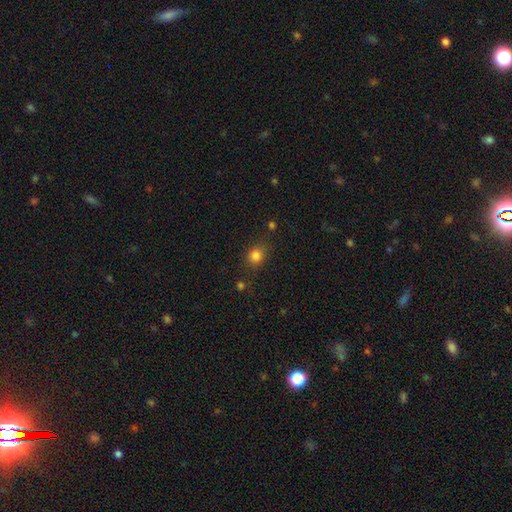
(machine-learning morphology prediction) This appears to be a smooth galaxy with no disk features (82%) that is round (74%). Merging: none (77%).